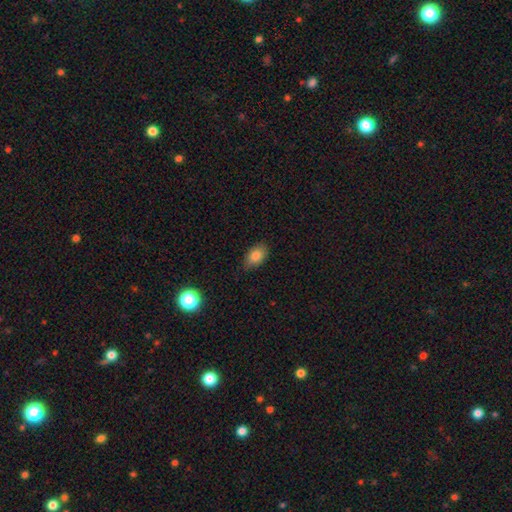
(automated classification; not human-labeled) This is clearly a smooth galaxy (82%). How rounded: clearly in between (87%). Merging: clearly none (80%).